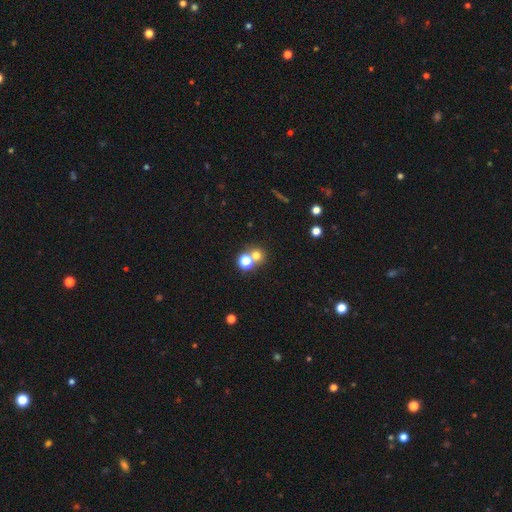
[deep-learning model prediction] A smooth galaxy with no disk features (69%) that is round (86%).

Vote fractions:
- Smooth or featured? smooth: 69% / star or artifact: 20% / featured or disk: 11%
- How rounded? round: 86% / in between: 13% / cigar-shaped: 1%
- Merging? none: 54% / merger: 36% / minor disturbance: 6% / major disturbance: 3%